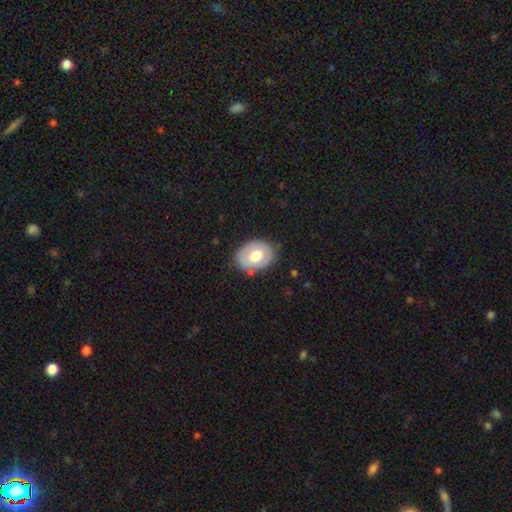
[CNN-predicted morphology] Smooth or featured: smooth — 54% (featured or disk — 40%)
How rounded: in between — 60% (round — 39%)
Merging: none — 79% (minor disturbance — 15%)